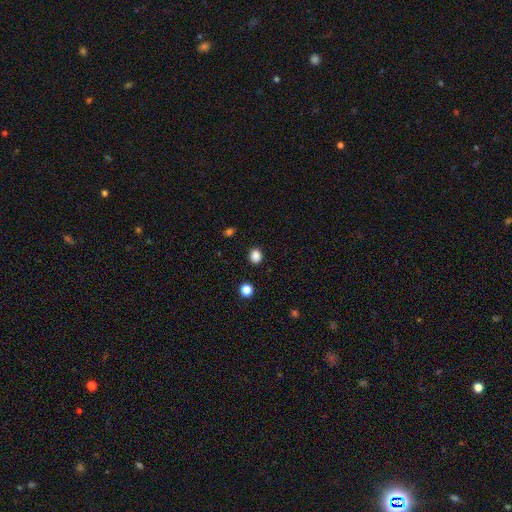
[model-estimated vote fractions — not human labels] A smooth galaxy with no disk features (86%) that is round (74%). Merging: none (90%).